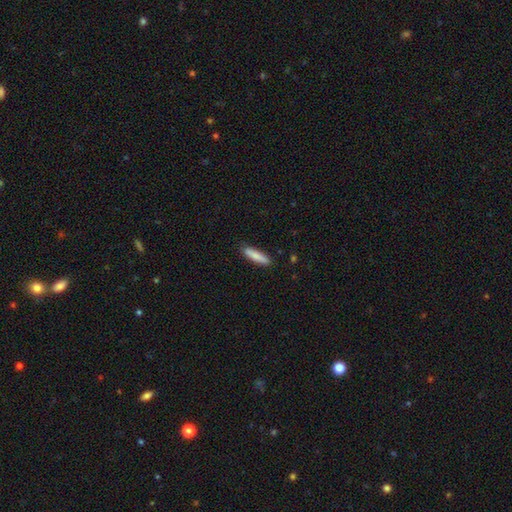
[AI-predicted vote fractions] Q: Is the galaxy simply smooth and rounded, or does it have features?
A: smooth — 84%.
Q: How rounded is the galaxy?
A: cigar-shaped — 80%.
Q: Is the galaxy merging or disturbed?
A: none — 87%.